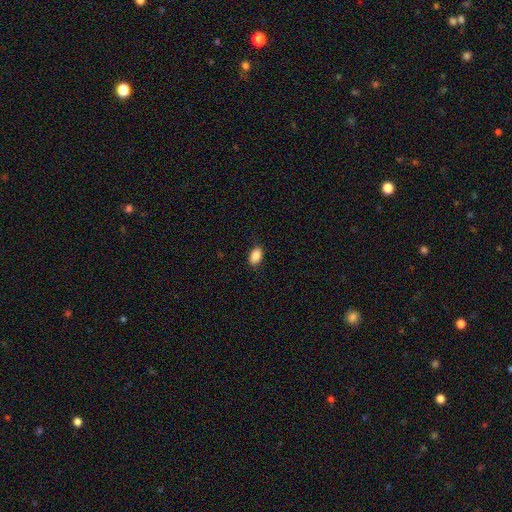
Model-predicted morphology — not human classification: A smooth galaxy with no disk features (89%) that is in between round and cigar-shaped (91%).

Vote fractions:
- Smooth or featured? smooth: 89% / star or artifact: 8% / featured or disk: 3%
- How rounded? in between: 91% / round: 8% / cigar-shaped: 2%
- Merging? none: 86% / minor disturbance: 11% / major disturbance: 2% / merger: 1%